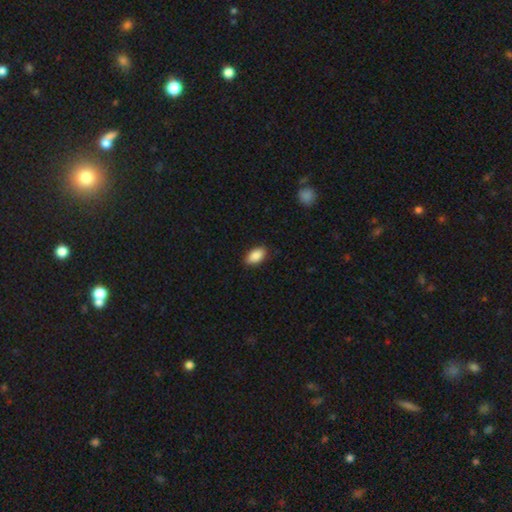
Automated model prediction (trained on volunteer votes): This is clearly a smooth galaxy (89%). How rounded: clearly in between (93%). Merging: clearly none (87%).